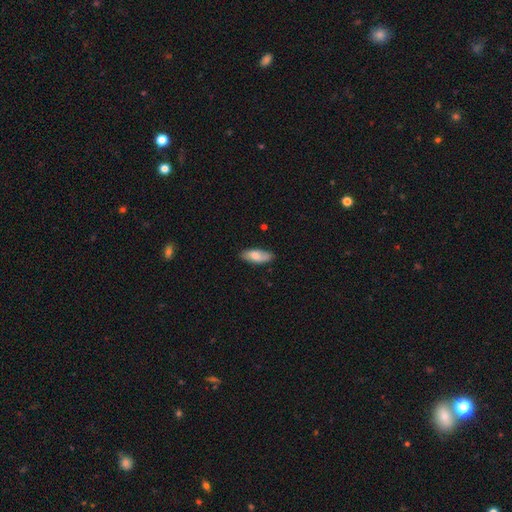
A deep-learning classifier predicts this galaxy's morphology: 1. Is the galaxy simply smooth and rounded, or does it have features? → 74% smooth, 20% featured or disk, 6% star or artifact.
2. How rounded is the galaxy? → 81% in between, 17% cigar-shaped, 2% round.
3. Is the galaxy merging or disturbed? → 80% none, 16% minor disturbance, 2% major disturbance, 1% merger.